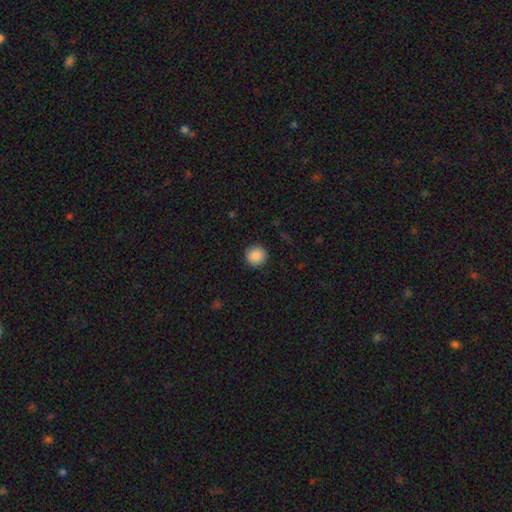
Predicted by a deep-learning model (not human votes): smooth-or-featured: smooth: 89% | star or artifact: 8% | featured or disk: 3%
  how-rounded: round: 94% | in between: 5% | cigar-shaped: 1%
  merging: none: 91% | minor disturbance: 6% | major disturbance: 2% | merger: 1%